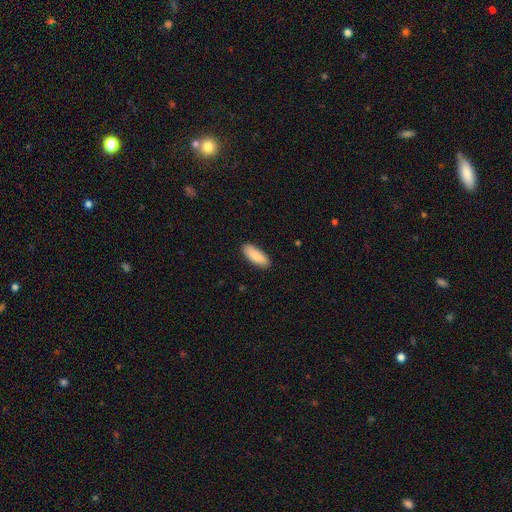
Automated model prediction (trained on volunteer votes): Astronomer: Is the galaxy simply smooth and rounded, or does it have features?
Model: smooth — 88%.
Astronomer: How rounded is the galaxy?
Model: in between — 76%.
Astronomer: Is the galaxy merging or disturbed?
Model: none — 88%.